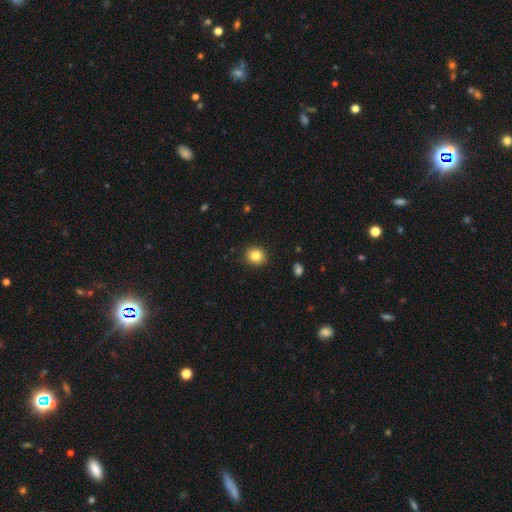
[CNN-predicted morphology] Smooth or featured? smooth (84%)
How rounded? round (80%)
Merging? none (91%)